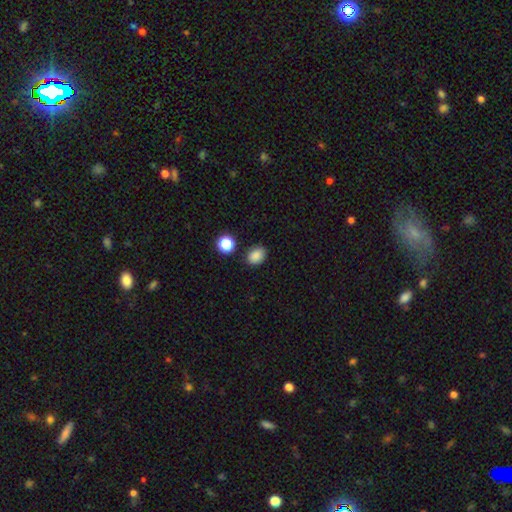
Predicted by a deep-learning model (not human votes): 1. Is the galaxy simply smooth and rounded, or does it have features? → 85% smooth, 11% star or artifact, 4% featured or disk.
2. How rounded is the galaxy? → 65% in between, 34% round, 1% cigar-shaped.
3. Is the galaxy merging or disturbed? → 83% none, 10% minor disturbance, 4% merger, 3% major disturbance.